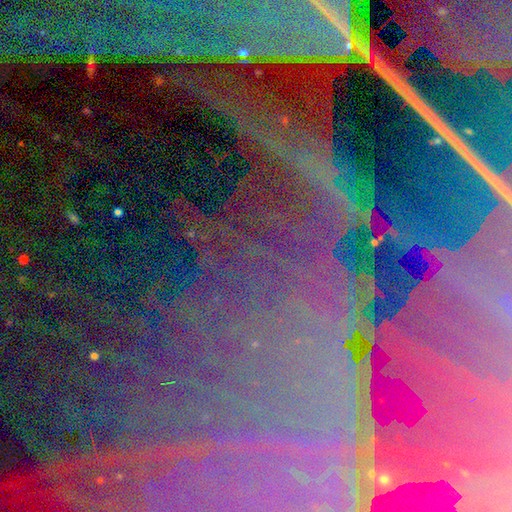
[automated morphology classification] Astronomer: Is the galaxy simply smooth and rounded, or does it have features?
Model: star or artifact — 85%.